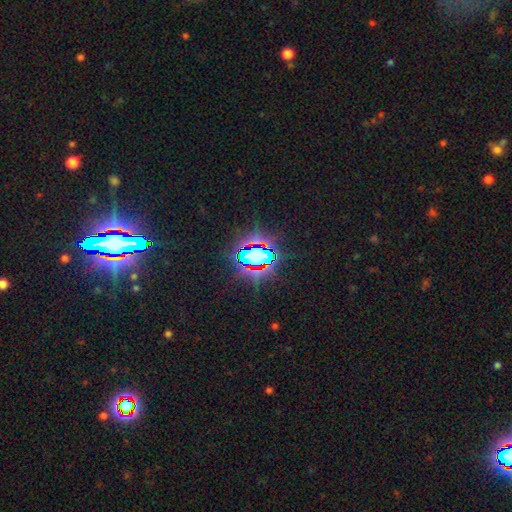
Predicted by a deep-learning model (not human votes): smooth_or_featured: star or artifact (p=0.73) [alt: smooth p=0.15]